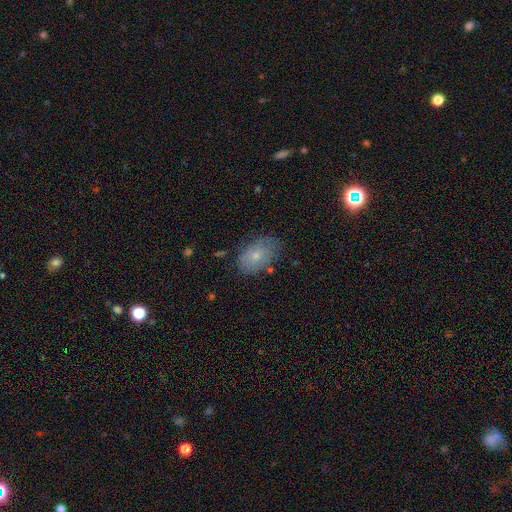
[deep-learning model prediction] This is likely a smooth galaxy (67%). How rounded: clearly in between (88%). Merging: likely none (68%).